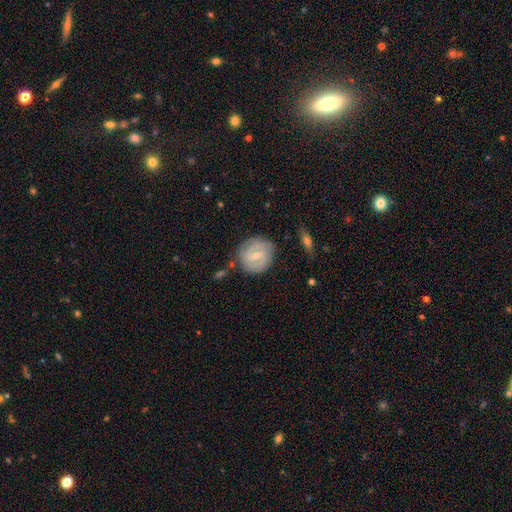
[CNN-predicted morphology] Overall: featured or disk (75%). Edge-on disk: no (97%). Bar: weak (56%; no 31%). Spiral arms: yes (93%). Spiral arm count: 2 (70%). Spiral winding: tight (49%; medium 39%). Bulge size: small (59%; moderate 37%). Merging: none (78%).